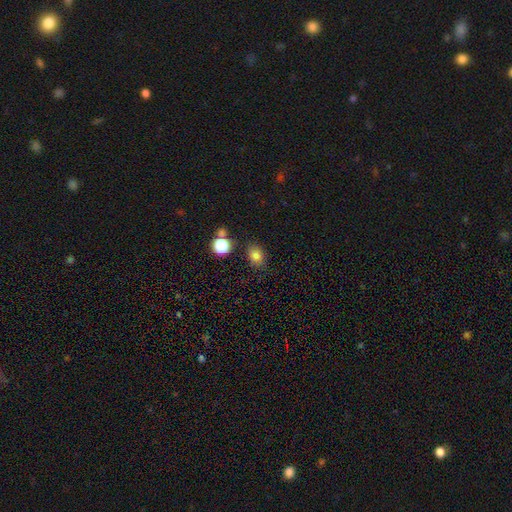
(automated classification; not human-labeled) Smooth or featured: smooth — 81% (star or artifact — 13%)
How rounded: in between — 55% (round — 43%)
Merging: none — 79% (minor disturbance — 12%)